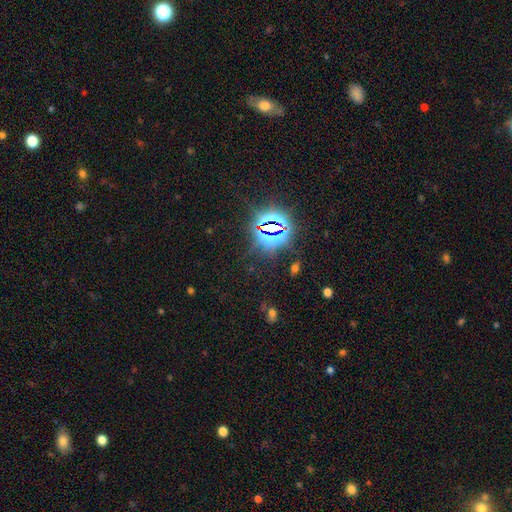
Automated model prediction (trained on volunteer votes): star or artifact 82%, smooth 11%, featured or disk 7%.